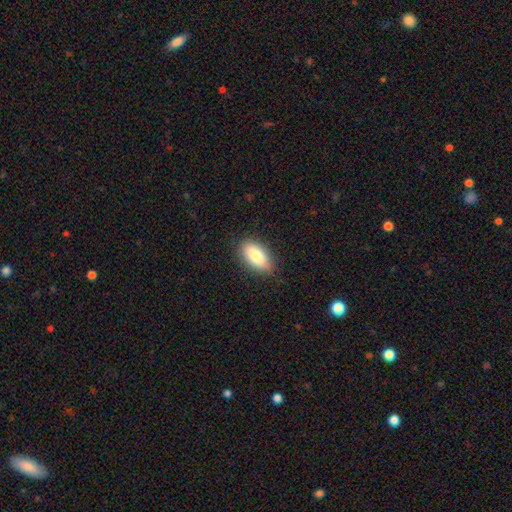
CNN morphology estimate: Smooth or featured? Predicted: smooth (p=0.84). How rounded? Predicted: in between (p=0.92). Merging? Predicted: none (p=0.86).